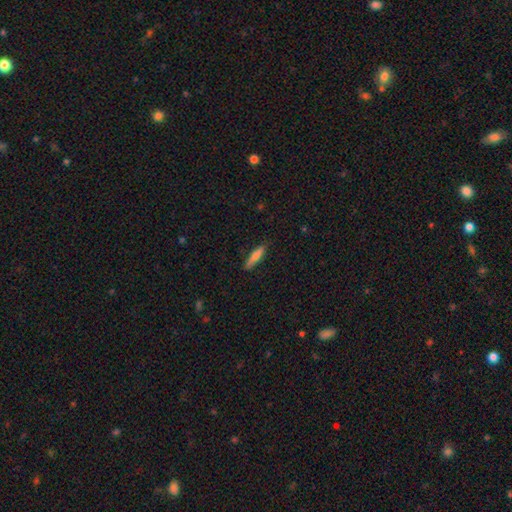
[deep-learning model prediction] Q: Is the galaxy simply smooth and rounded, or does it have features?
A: smooth — 71%.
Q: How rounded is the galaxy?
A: cigar-shaped — 82%.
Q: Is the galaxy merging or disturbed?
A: none — 87%.